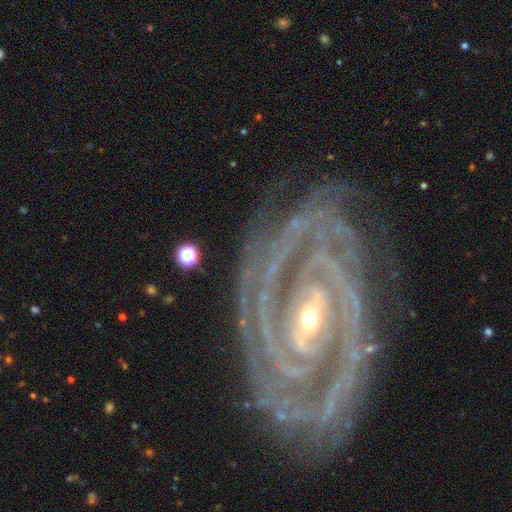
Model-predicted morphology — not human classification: type=featured or disk (92%); edge-on=no (96%); bar=strong (35%); spiral arms=yes (98%); winding=tight (83%); arm count=2 (39%); bulge=small (64%); merging=none (78%).